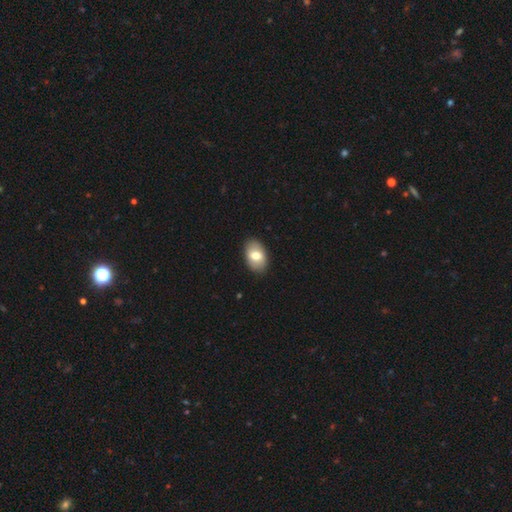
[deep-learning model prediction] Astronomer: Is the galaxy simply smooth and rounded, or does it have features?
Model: smooth — 73%.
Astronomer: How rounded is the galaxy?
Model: in between — 90%.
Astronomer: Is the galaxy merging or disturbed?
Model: none — 89%.